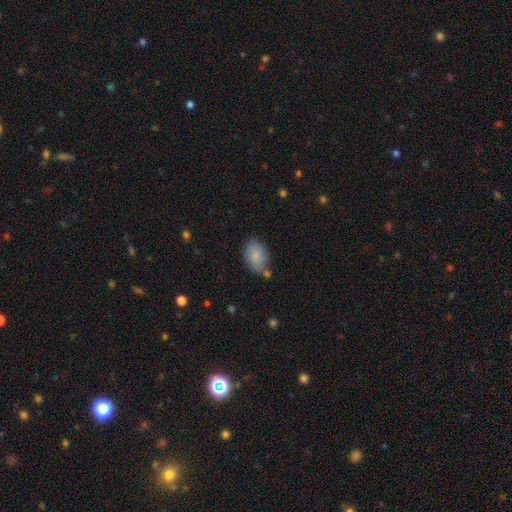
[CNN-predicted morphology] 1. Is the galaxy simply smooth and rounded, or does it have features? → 86% smooth, 8% featured or disk, 7% star or artifact.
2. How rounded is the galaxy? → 90% in between, 9% round, 1% cigar-shaped.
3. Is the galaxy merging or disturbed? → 70% none, 18% minor disturbance, 7% merger, 4% major disturbance.